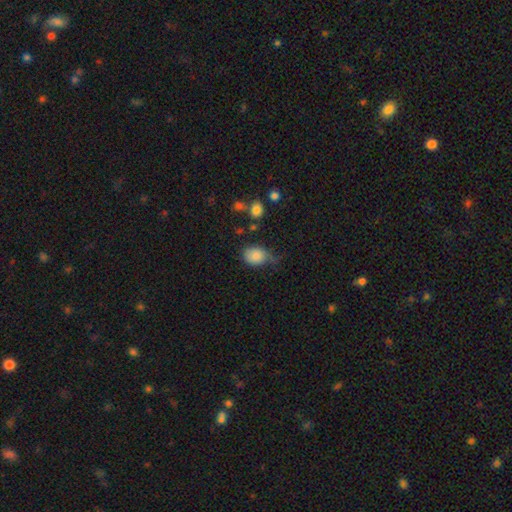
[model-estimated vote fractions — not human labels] smooth 81%, featured or disk 10%, star or artifact 9%. Down the decision tree: how rounded — in between (61%); merging — none (49%).